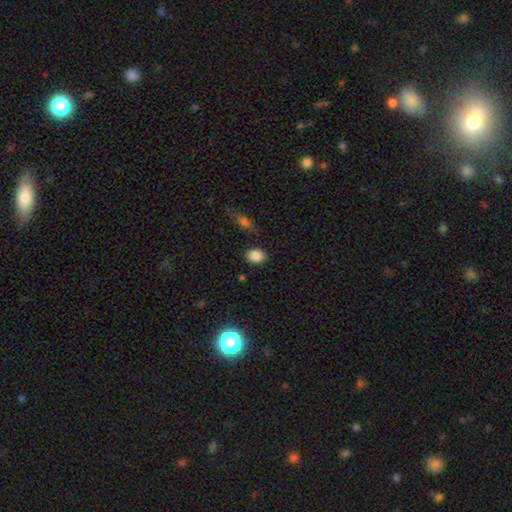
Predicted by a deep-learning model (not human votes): A smooth galaxy with no disk features (86%) that is in between round and cigar-shaped (57%). Merging: none (85%).